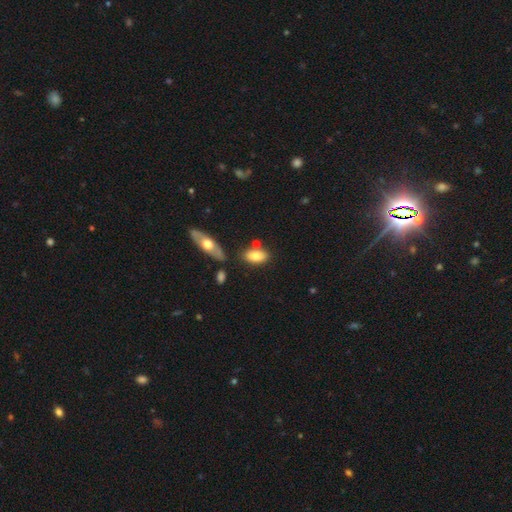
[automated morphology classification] smooth 77%, featured or disk 17%, star or artifact 7%. Down the decision tree: how rounded — in between (88%); merging — none (66%).